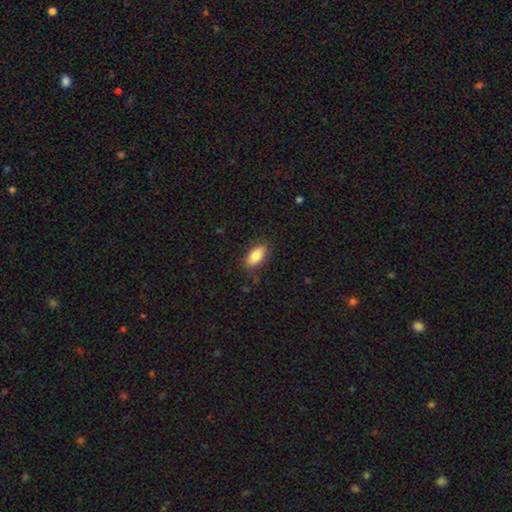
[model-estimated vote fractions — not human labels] smooth_or_featured: smooth (p=0.84) [alt: featured or disk p=0.09]
how_rounded: in between (p=0.90) [alt: cigar-shaped p=0.07]
merging: none (p=0.84) [alt: minor disturbance p=0.12]